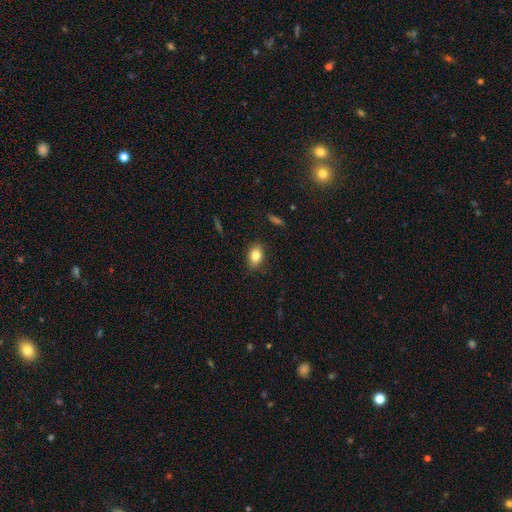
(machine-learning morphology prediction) This appears to be a smooth galaxy with no disk features (82%) that is in between round and cigar-shaped (73%). Merging: none (83%).